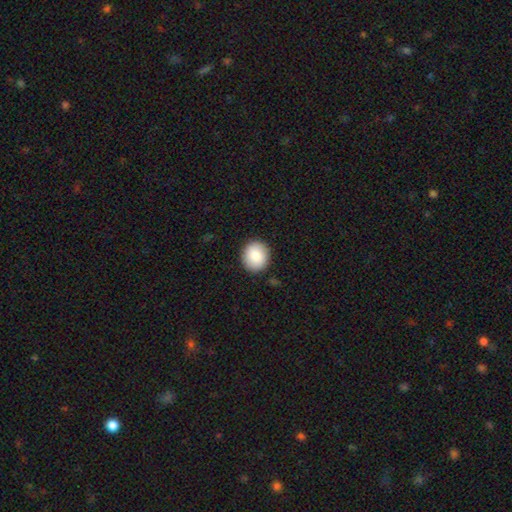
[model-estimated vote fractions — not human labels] This is clearly a smooth galaxy (85%). How rounded: clearly round (85%). Merging: clearly none (90%).